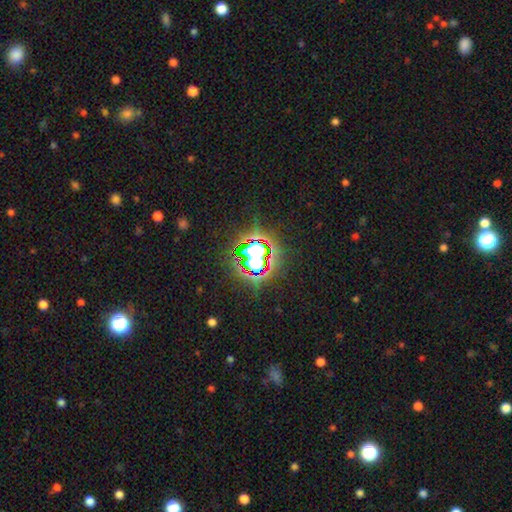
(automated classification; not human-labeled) Q: Smooth or featured?
A: star or artifact (72%); runner-up: smooth (16%)